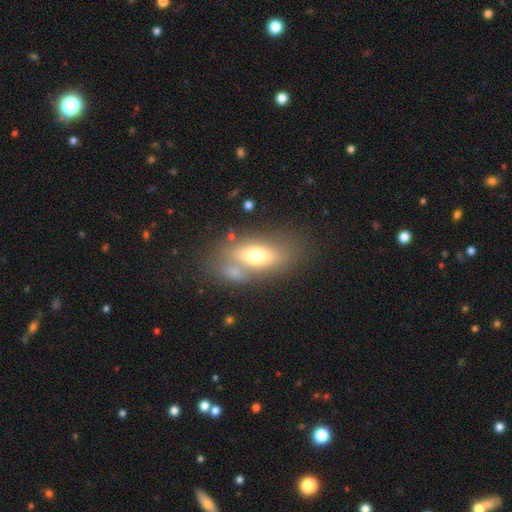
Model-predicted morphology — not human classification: A smooth galaxy with no disk features (61%) that is in between round and cigar-shaped (78%). Merging: none (56%).